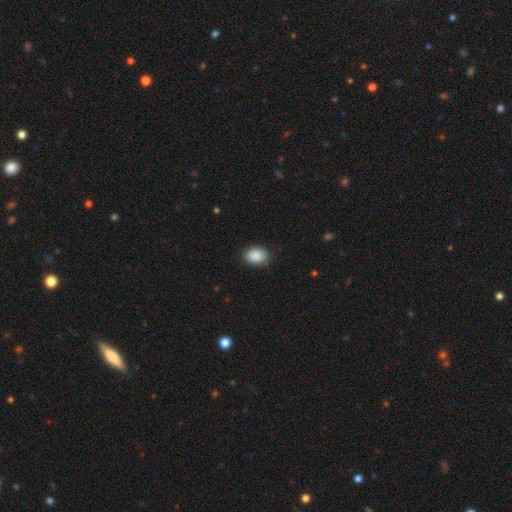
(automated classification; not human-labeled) Q: Smooth or featured?
A: smooth (89%); runner-up: star or artifact (8%)
Q: How rounded?
A: in between (71%); runner-up: round (28%)
Q: Merging?
A: none (85%); runner-up: minor disturbance (12%)